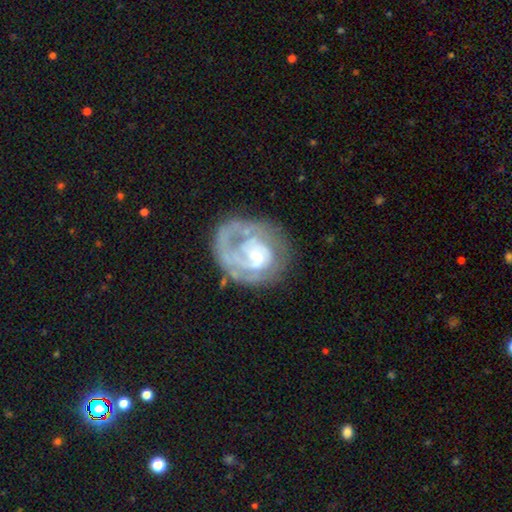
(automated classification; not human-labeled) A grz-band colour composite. It shows a featured or disk galaxy (79%) with no bar (65%), 1 (52%) tight (57%) spiral arms (82%) and a small central bulge (48%). Merging: none (54%).